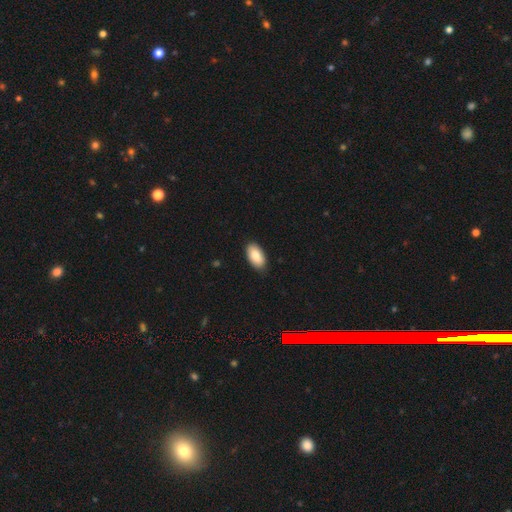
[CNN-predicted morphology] The model was most divided on "merging": none: 87%, minor disturbance: 10%, major disturbance: 2%, merger: 1%. More confident: how rounded — in between (95%); smooth or featured — smooth (88%).